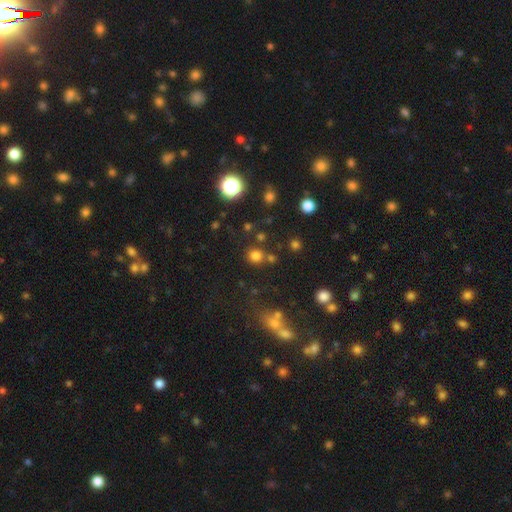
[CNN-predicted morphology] A smooth galaxy with no disk features (74%) that is round (87%).

Vote fractions:
- Smooth or featured? smooth: 74% / star or artifact: 20% / featured or disk: 6%
- How rounded? round: 87% / in between: 12% / cigar-shaped: 1%
- Merging? none: 76% / merger: 12% / minor disturbance: 9% / major disturbance: 4%